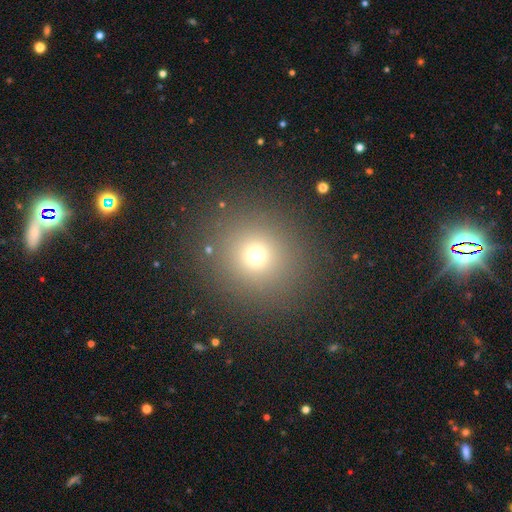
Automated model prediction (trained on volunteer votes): A smooth galaxy with no disk features (69%) that is round (91%). Merging: none (88%).